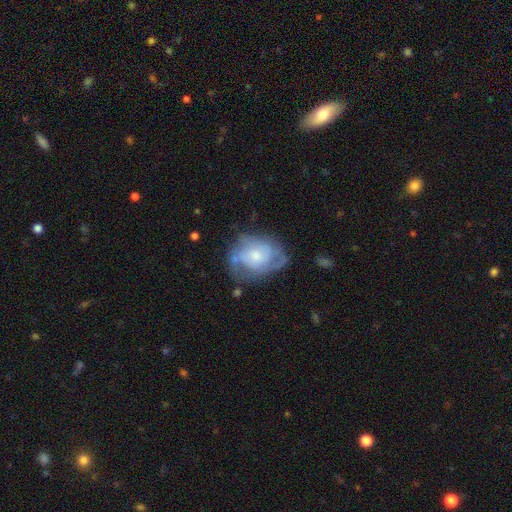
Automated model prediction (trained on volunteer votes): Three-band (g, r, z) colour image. It shows a featured or disk galaxy (66%) with no bar (68%), 2 (39%) medium (43%) spiral arms (79%) and a moderate central bulge (43%). Merging: none (55%).